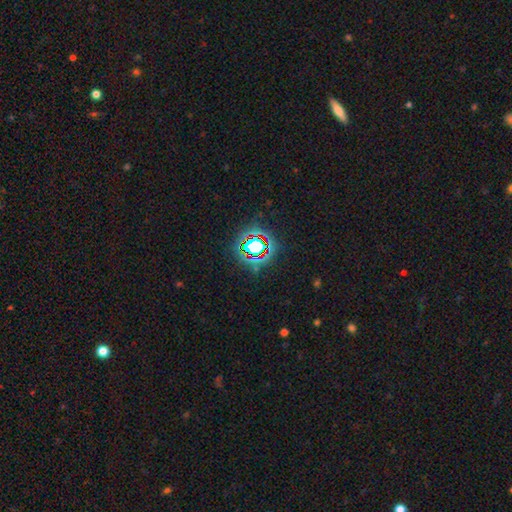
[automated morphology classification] The model was most divided on "smooth or featured": star or artifact: 78%, smooth: 13%, featured or disk: 9%.